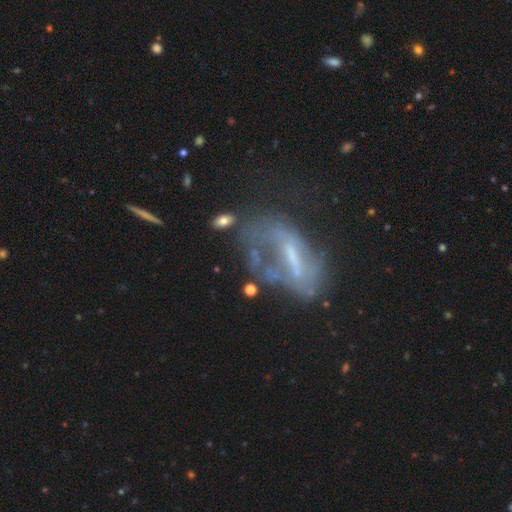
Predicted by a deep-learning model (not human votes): smooth_or_featured: featured or disk (p=0.65) [alt: smooth p=0.22]
disk_edge_on: no (p=0.90) [alt: yes p=0.10]
bar: weak (p=0.36) [alt: strong p=0.35]
has_spiral_arms: no (p=0.59) [alt: yes p=0.41]
bulge_size: small (p=0.35) [alt: none p=0.32]
merging: major disturbance (p=0.39) [alt: none p=0.32]